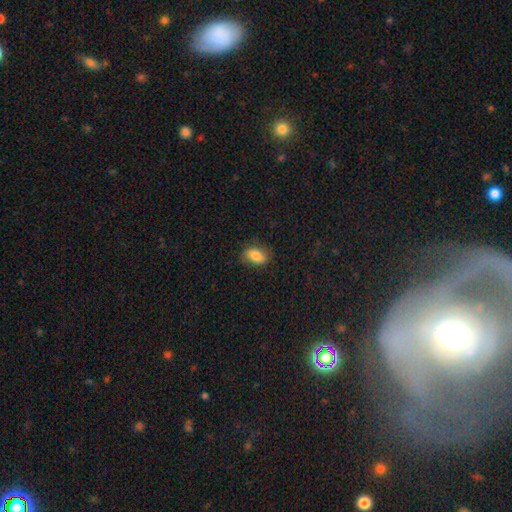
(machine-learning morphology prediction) Smooth or featured? smooth (82%)
How rounded? in between (86%)
Merging? none (80%)